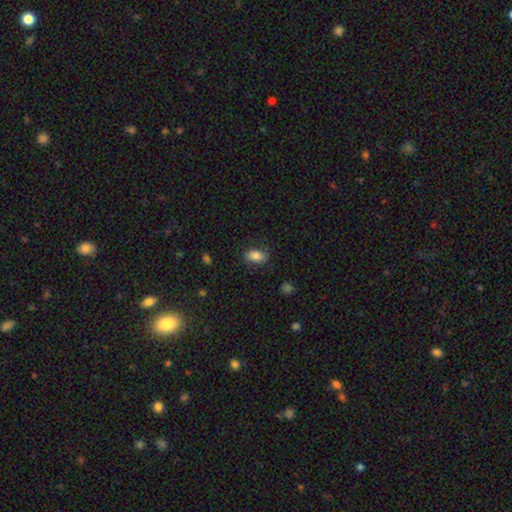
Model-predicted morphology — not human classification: This is clearly a smooth galaxy (82%). How rounded: clearly in between (87%). Merging: clearly none (81%).